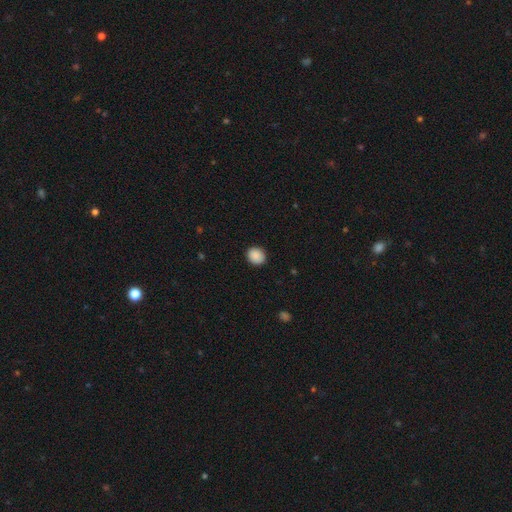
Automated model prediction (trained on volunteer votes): smooth-or-featured: smooth: 89% | star or artifact: 8% | featured or disk: 3%
  how-rounded: round: 76% | in between: 23% | cigar-shaped: 1%
  merging: none: 90% | minor disturbance: 7% | major disturbance: 2% | merger: 1%